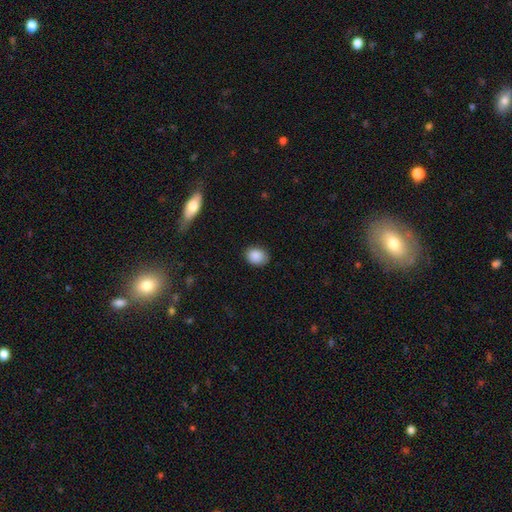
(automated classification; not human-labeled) smooth-or-featured: smooth: 88% | star or artifact: 8% | featured or disk: 4%
  how-rounded: in between: 61% | round: 38% | cigar-shaped: 1%
  merging: none: 83% | minor disturbance: 14% | major disturbance: 3% | merger: 1%